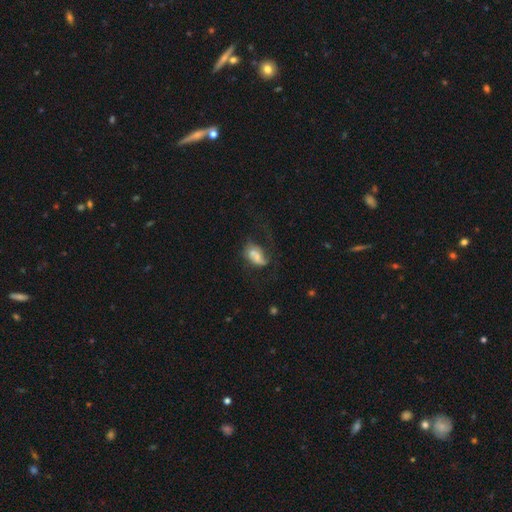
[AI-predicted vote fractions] Smooth or featured?
  - smooth: 46% *
  - featured or disk: 43%
  - star or artifact: 11%
Merging?
  - major disturbance: 33% *
  - none: 31%
  - minor disturbance: 22%
  - merger: 15%